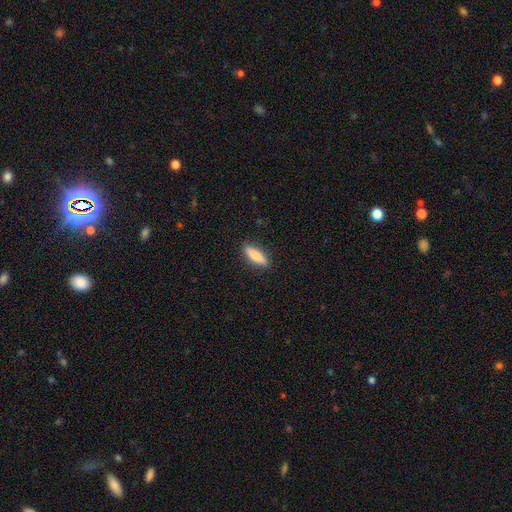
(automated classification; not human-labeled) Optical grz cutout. It shows a smooth galaxy with no disk features (76%) that is cigar-shaped (55%). Merging: none (89%).